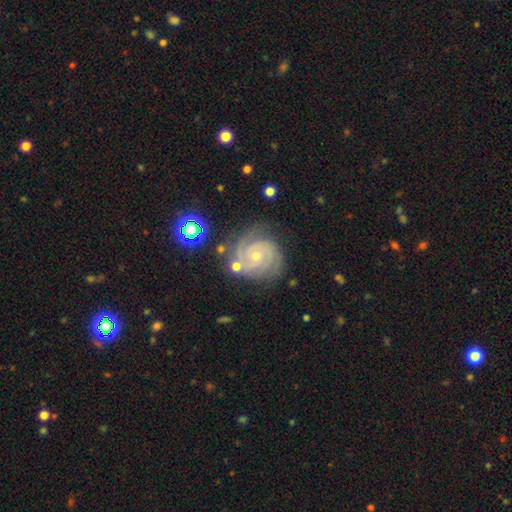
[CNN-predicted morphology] featured or disk 86%, star or artifact 7%, smooth 6%. Down the decision tree: edge-on disk — no (98%); bar — no (73%); spiral arms — yes (98%); spiral arm count — 2 (41%); spiral winding — tight (70%); bulge size — small (72%); merging — none (70%).